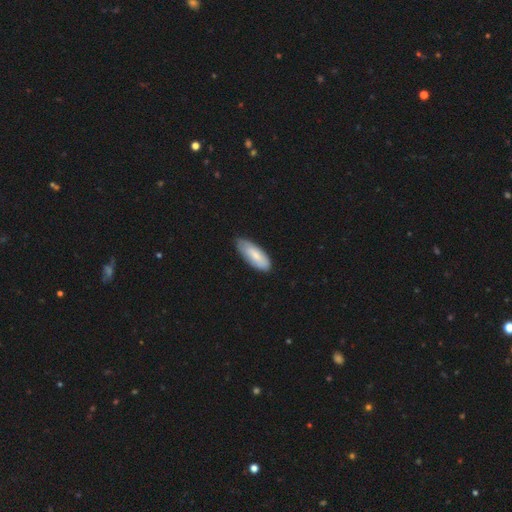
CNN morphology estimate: A smooth galaxy with no disk features (77%) that is in between round and cigar-shaped (74%).

Vote fractions:
- Smooth or featured? smooth: 77% / featured or disk: 18% / star or artifact: 5%
- How rounded? in between: 74% / cigar-shaped: 25% / round: 2%
- Merging? none: 73% / minor disturbance: 23% / major disturbance: 3% / merger: 1%